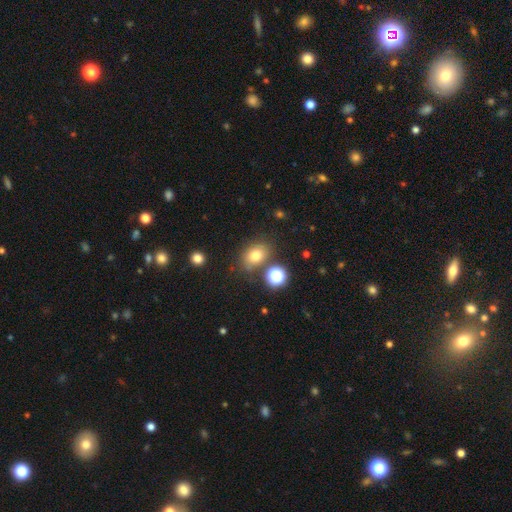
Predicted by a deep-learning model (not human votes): A smooth galaxy with no disk features (76%) that is in between round and cigar-shaped (65%). Merging: none (73%).